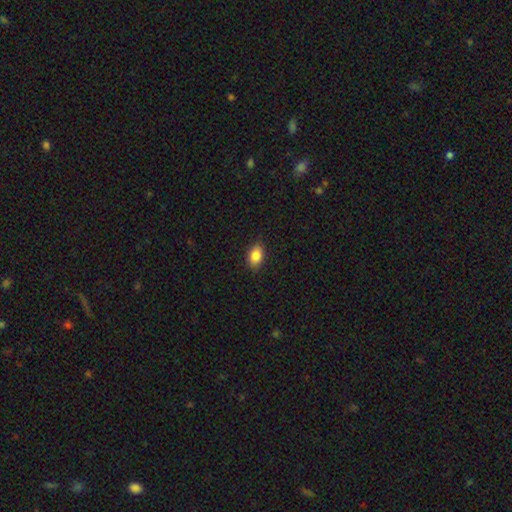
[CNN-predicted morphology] The model was most divided on "how rounded": in between: 85%, round: 13%, cigar-shaped: 2%. More confident: smooth or featured — smooth (86%); merging — none (85%).